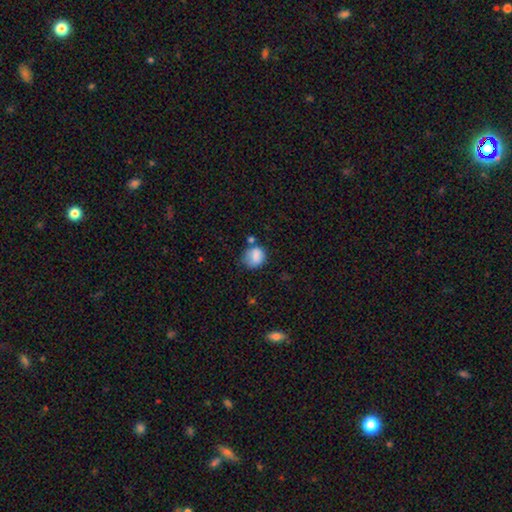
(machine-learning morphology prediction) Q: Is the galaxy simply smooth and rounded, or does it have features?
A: smooth — 83%.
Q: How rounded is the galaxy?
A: round — 70%.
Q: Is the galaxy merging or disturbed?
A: none — 56%.